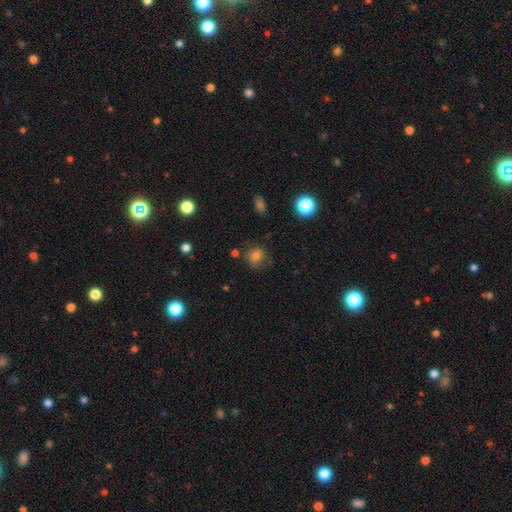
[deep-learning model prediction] A smooth galaxy with no disk features (73%) that is round (75%).

Vote fractions:
- Smooth or featured? smooth: 73% / star or artifact: 15% / featured or disk: 12%
- How rounded? round: 75% / in between: 24% / cigar-shaped: 1%
- Merging? none: 67% / minor disturbance: 20% / major disturbance: 9% / merger: 3%